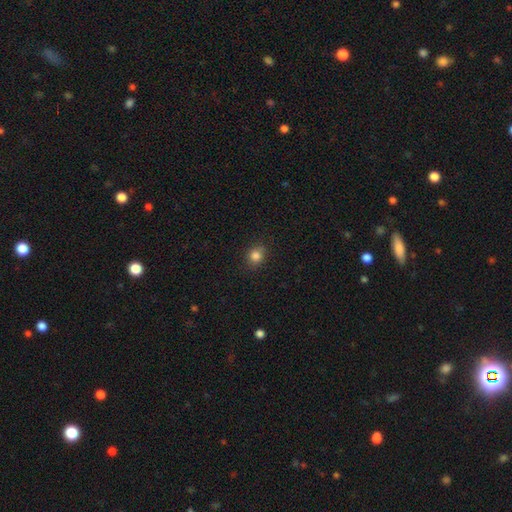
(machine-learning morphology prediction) Smooth or featured: smooth — 83% (star or artifact — 12%)
How rounded: round — 73% (in between — 26%)
Merging: none — 85% (minor disturbance — 12%)